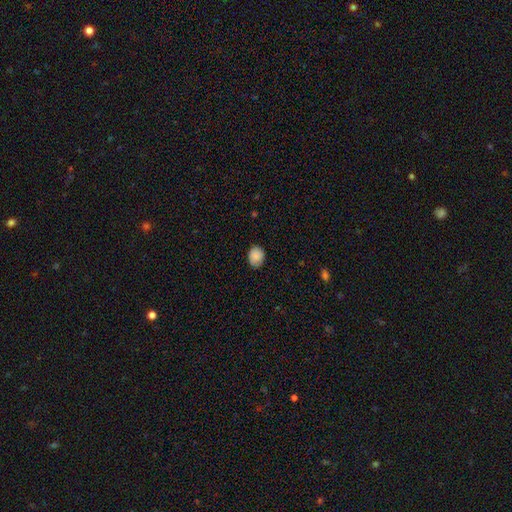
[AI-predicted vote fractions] Q: Smooth or featured?
A: smooth (87%); runner-up: star or artifact (8%)
Q: How rounded?
A: in between (50%); runner-up: round (49%)
Q: Merging?
A: none (76%); runner-up: minor disturbance (20%)